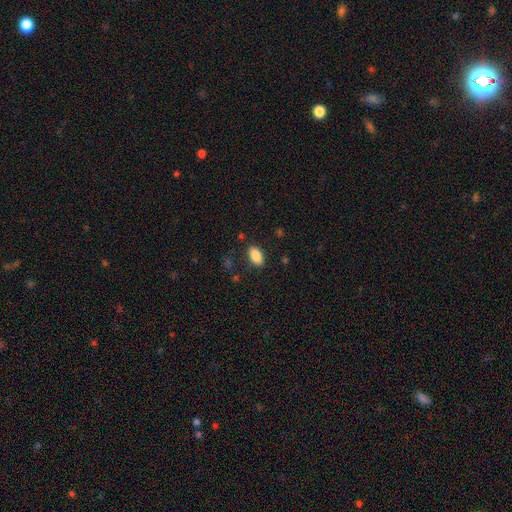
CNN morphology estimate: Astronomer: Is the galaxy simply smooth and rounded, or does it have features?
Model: smooth — 87%.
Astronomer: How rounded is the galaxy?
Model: in between — 93%.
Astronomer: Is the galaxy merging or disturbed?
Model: none — 85%.